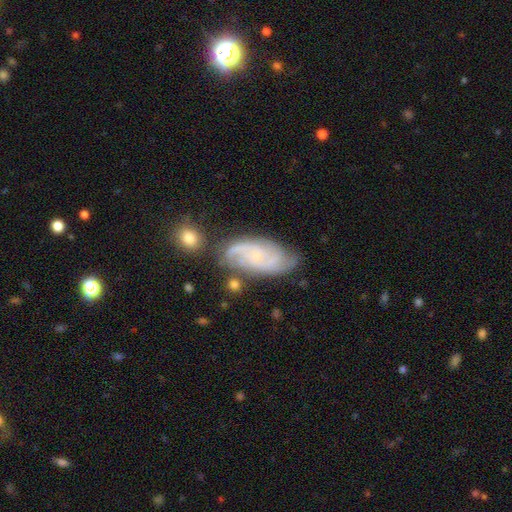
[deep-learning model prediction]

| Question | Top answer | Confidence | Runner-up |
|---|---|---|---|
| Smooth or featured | featured or disk | 78% | smooth (15%) |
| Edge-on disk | no | 96% | yes (4%) |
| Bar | no | 65% | weak (30%) |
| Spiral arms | yes | 95% | no (5%) |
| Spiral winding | tight | 46% | medium (41%) |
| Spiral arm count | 2 | 33% | 3 (27%) |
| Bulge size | small | 73% | moderate (14%) |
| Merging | none | 66% | minor disturbance (21%) |